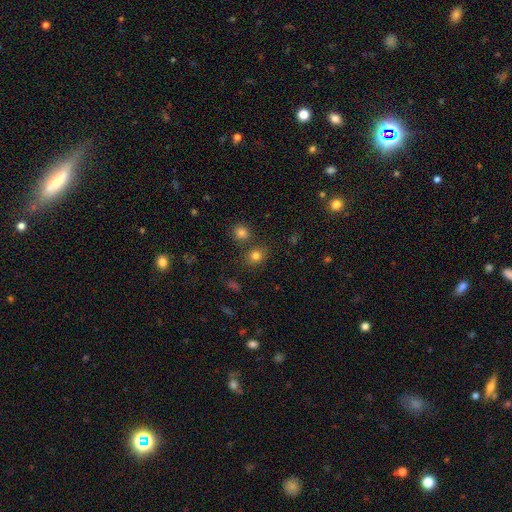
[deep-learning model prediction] Smooth or featured?
  - smooth: 79% *
  - star or artifact: 14%
  - featured or disk: 6%
How rounded?
  - round: 73% *
  - in between: 26%
  - cigar-shaped: 1%
Merging?
  - none: 74% *
  - merger: 13%
  - minor disturbance: 10%
  - major disturbance: 3%